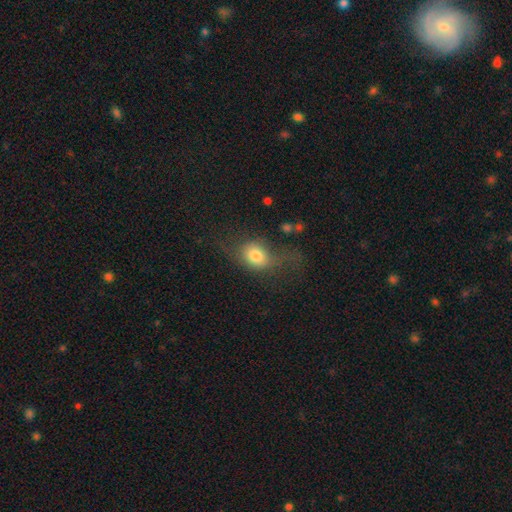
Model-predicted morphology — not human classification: Smooth or featured? Predicted: smooth (p=0.71). How rounded? Predicted: in between (p=0.52). Merging? Predicted: none (p=0.40).